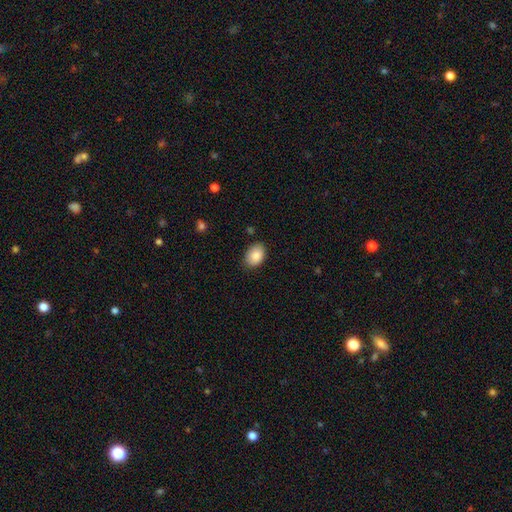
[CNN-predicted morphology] Smooth or featured: smooth — 87% (star or artifact — 7%)
How rounded: in between — 83% (round — 17%)
Merging: none — 83% (minor disturbance — 13%)